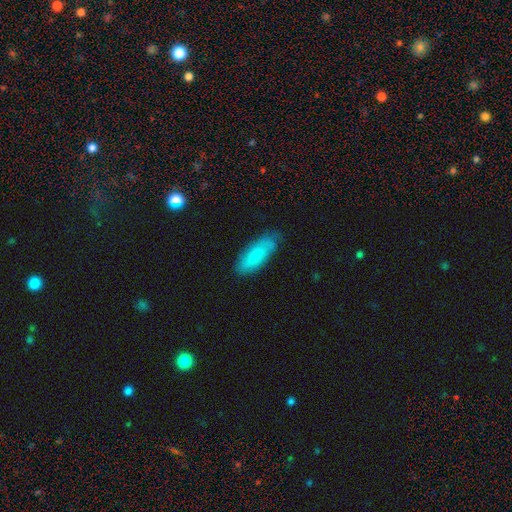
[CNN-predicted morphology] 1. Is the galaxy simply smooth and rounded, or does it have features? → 76% smooth, 18% featured or disk, 6% star or artifact.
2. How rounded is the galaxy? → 72% in between, 26% cigar-shaped, 2% round.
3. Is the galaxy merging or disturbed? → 71% none, 24% minor disturbance, 4% major disturbance, 1% merger.